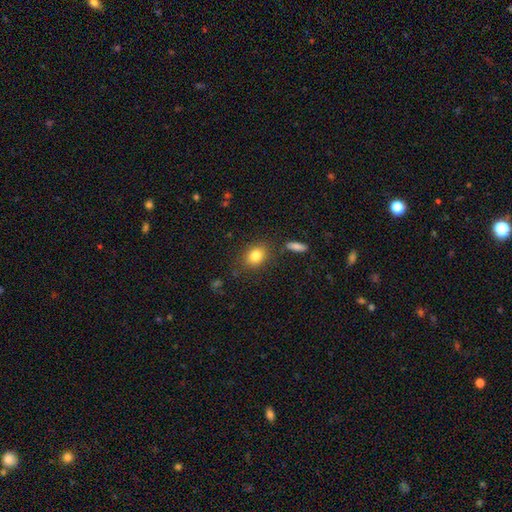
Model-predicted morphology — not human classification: A smooth galaxy with no disk features (82%) that is in between round and cigar-shaped (52%).

Vote fractions:
- Smooth or featured? smooth: 82% / star or artifact: 10% / featured or disk: 8%
- How rounded? in between: 52% / round: 47% / cigar-shaped: 1%
- Merging? none: 81% / minor disturbance: 12% / major disturbance: 4% / merger: 4%